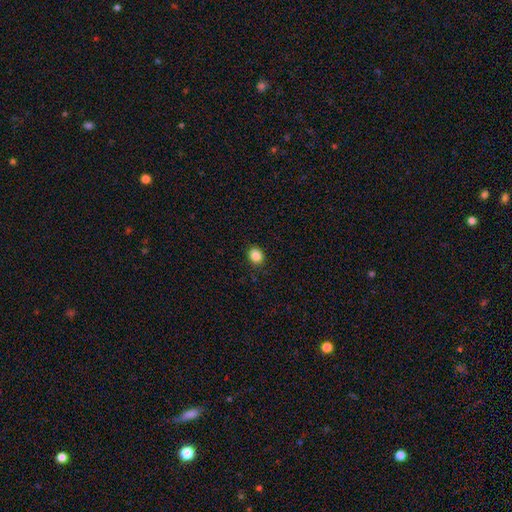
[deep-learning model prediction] A smooth galaxy with no disk features (86%) that is round (68%). Merging: none (90%).